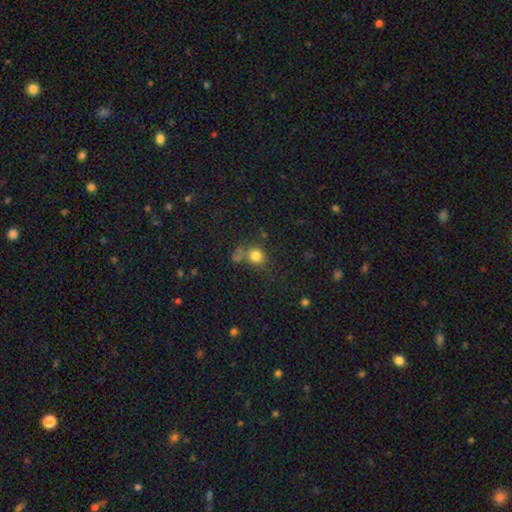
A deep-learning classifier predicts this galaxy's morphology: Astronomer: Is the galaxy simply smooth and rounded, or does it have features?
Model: smooth — 78%.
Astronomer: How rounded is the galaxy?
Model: round — 80%.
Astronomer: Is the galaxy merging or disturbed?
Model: none — 57%.